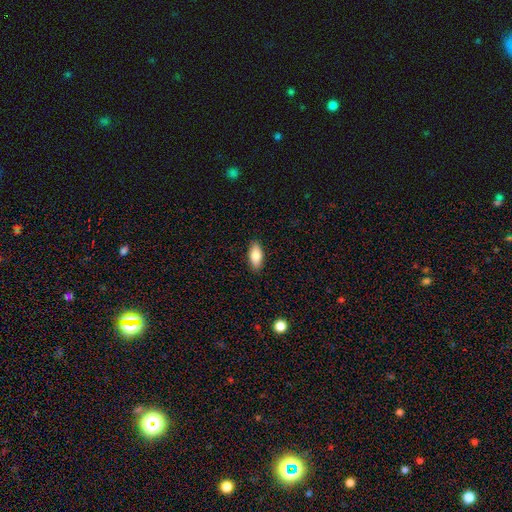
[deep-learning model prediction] Smooth or featured? smooth (81%)
How rounded? in between (88%)
Merging? none (89%)